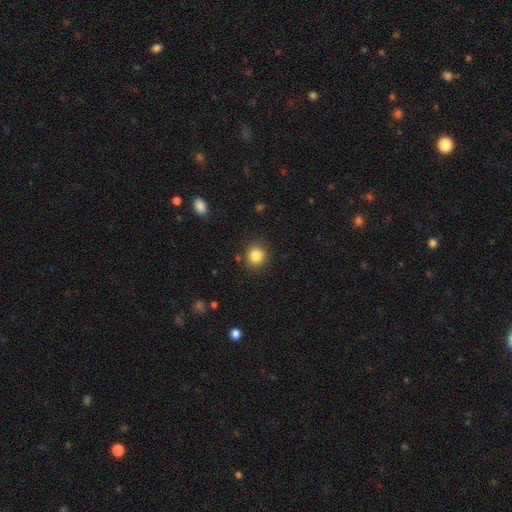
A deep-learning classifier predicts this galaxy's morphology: A smooth galaxy with no disk features (84%) that is round (88%). Merging: none (87%).